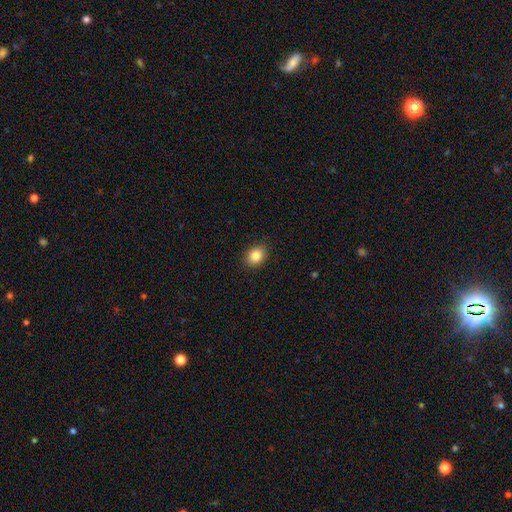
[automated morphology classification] A smooth galaxy with no disk features (85%) that is in between round and cigar-shaped (54%). Merging: none (89%).